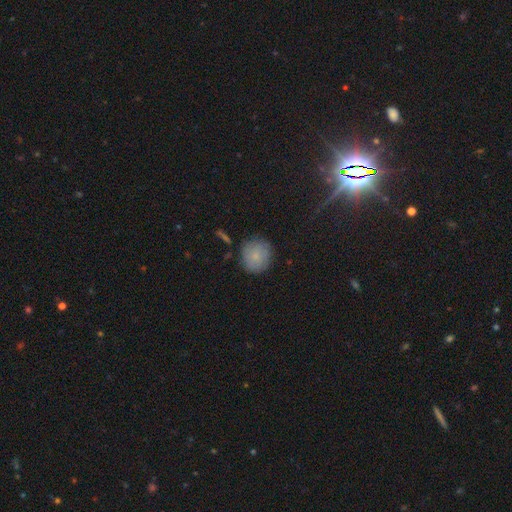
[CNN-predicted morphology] smooth 69%, featured or disk 22%, star or artifact 9%. Down the decision tree: how rounded — round (89%); merging — none (80%).